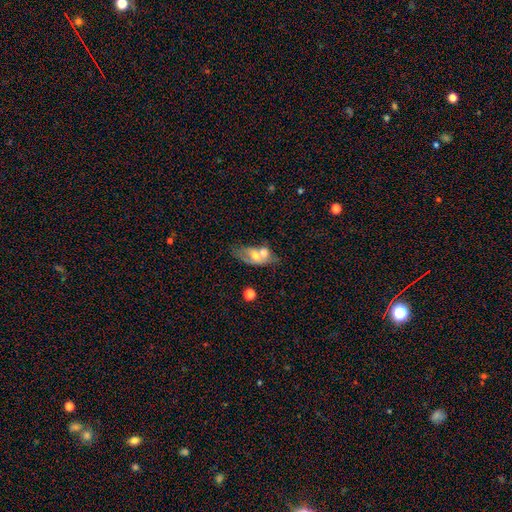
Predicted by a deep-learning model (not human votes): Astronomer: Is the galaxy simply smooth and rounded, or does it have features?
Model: smooth — 47% (runner-up: featured or disk, 44%).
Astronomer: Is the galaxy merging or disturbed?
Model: merger — 52%.